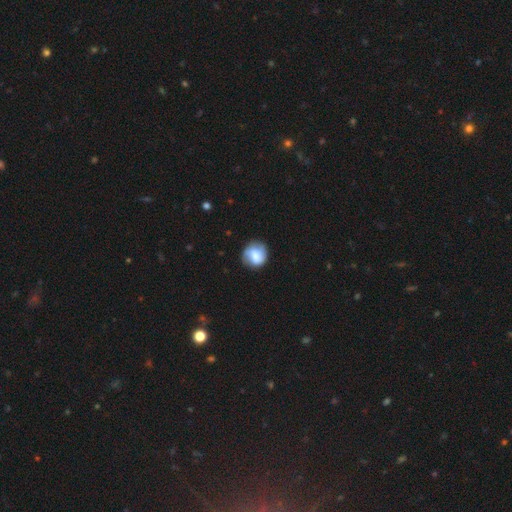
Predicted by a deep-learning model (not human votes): A smooth galaxy with no disk features (65%) that is round (84%). Merging: none (71%).